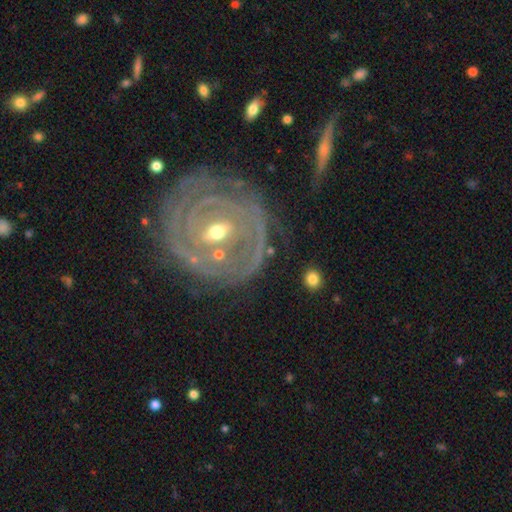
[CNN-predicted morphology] Q: Smooth or featured?
A: featured or disk (84%); runner-up: smooth (8%)
Q: Edge-on disk?
A: no (95%); runner-up: yes (5%)
Q: Bar?
A: no (43%); runner-up: weak (38%)
Q: Spiral arms?
A: yes (85%); runner-up: no (15%)
Q: Spiral winding?
A: tight (79%); runner-up: medium (16%)
Q: Spiral arm count?
A: can't tell (36%); runner-up: 2 (25%)
Q: Bulge size?
A: small (50%); runner-up: moderate (47%)
Q: Merging?
A: none (77%); runner-up: minor disturbance (14%)